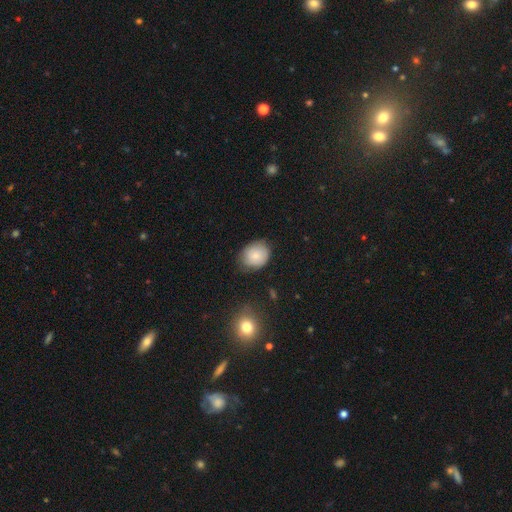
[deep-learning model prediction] smooth_or_featured: smooth (p=0.77) [alt: featured or disk p=0.14]
how_rounded: round (p=0.52) [alt: in between p=0.47]
merging: none (p=0.70) [alt: minor disturbance p=0.24]